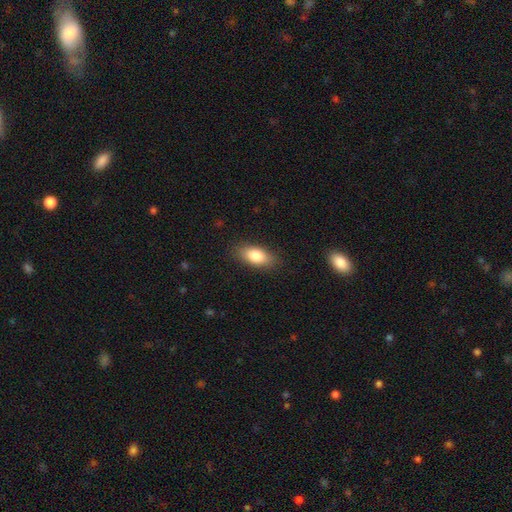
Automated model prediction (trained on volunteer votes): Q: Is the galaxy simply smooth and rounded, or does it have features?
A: smooth — 82%.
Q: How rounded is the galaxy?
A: in between — 86%.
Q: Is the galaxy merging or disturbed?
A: none — 85%.